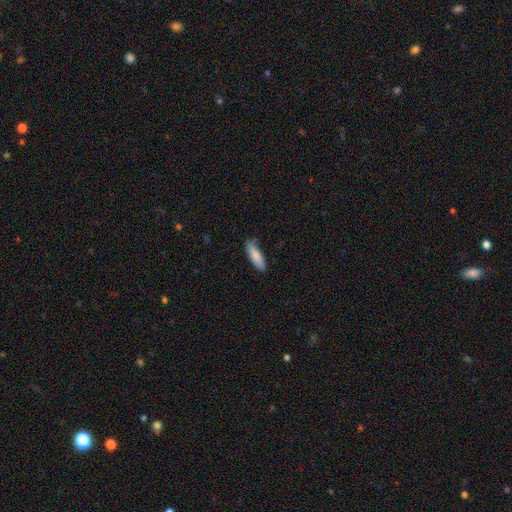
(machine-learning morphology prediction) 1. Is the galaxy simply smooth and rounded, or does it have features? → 84% smooth, 10% featured or disk, 6% star or artifact.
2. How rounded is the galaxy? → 60% cigar-shaped, 38% in between, 1% round.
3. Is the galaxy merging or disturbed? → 81% none, 15% minor disturbance, 2% major disturbance, 2% merger.